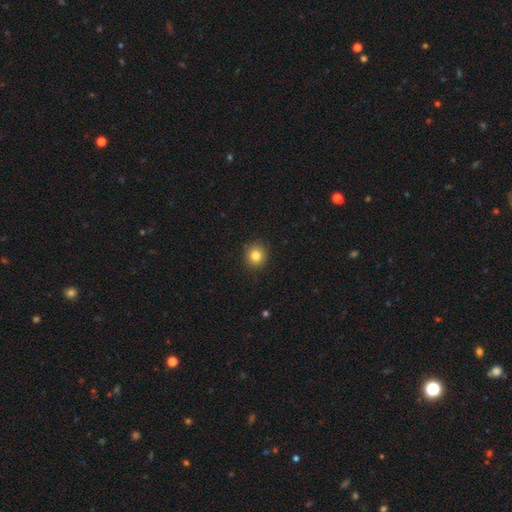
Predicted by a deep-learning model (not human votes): smooth_or_featured: smooth (p=0.83) [alt: star or artifact p=0.11]
how_rounded: round (p=0.90) [alt: in between p=0.09]
merging: none (p=0.90) [alt: minor disturbance p=0.07]